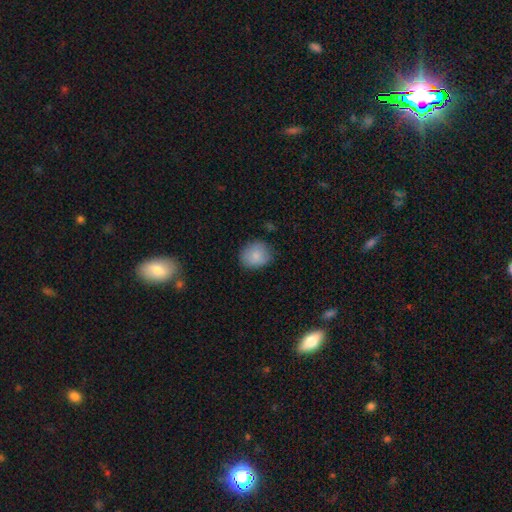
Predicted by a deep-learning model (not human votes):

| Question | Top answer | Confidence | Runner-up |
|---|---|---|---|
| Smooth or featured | smooth | 85% | featured or disk (7%) |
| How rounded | round | 72% | in between (27%) |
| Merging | none | 80% | minor disturbance (16%) |